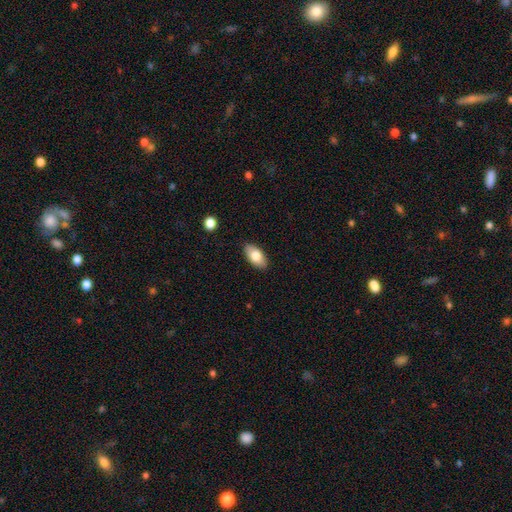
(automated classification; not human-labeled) The model was most divided on "smooth or featured": smooth: 79%, featured or disk: 14%, star or artifact: 7%. More confident: how rounded — in between (93%); merging — none (88%).